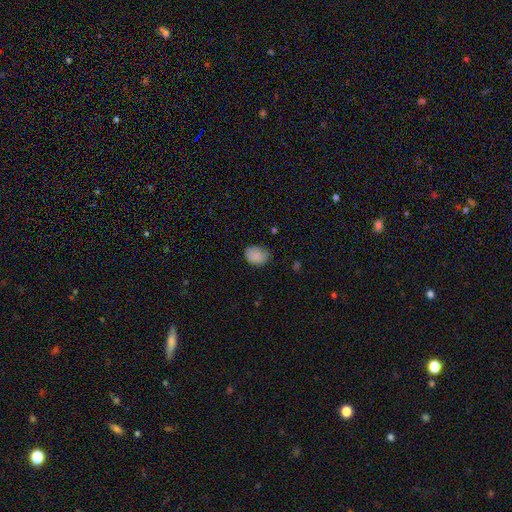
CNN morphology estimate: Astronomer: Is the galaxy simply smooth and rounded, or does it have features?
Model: smooth — 86%.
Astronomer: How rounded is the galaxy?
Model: in between — 59% (runner-up: round, 40%).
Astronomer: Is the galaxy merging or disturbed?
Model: none — 70%.